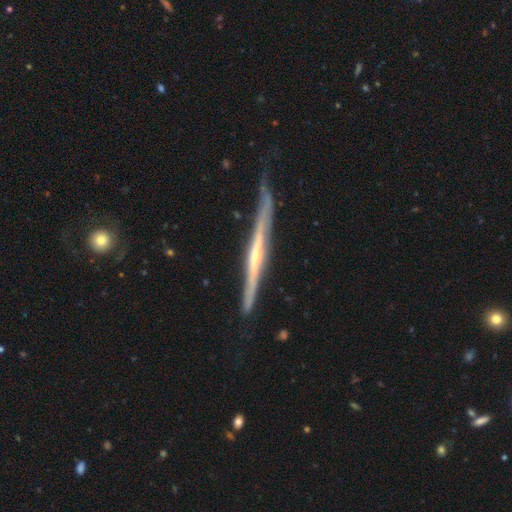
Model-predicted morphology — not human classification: This appears to be a featured or disk galaxy (81%) viewed edge-on (97%) with a rounded central bulge (50%). Merging: none (71%).